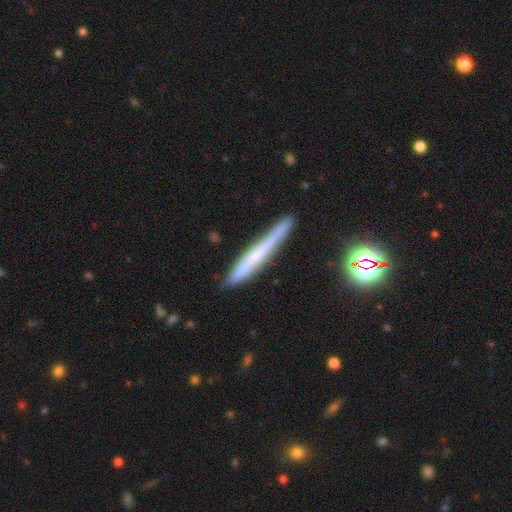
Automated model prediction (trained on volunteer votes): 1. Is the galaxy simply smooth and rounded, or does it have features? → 45% smooth (tied), 45% featured or disk (tied), 10% star or artifact.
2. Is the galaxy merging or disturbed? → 77% none, 17% minor disturbance, 3% major disturbance, 3% merger.